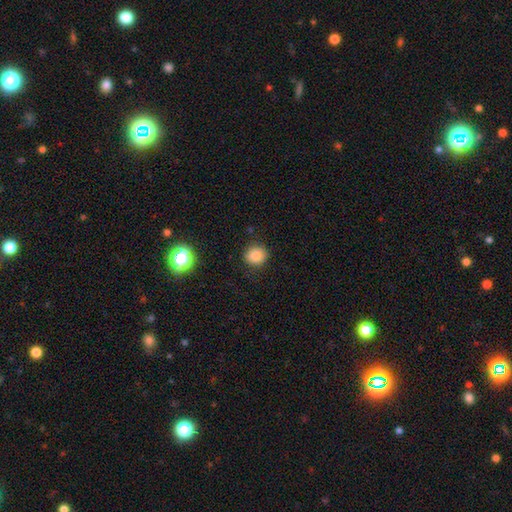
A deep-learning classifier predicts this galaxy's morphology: smooth_or_featured: smooth (p=0.85) [alt: star or artifact p=0.11]
how_rounded: round (p=0.81) [alt: in between p=0.18]
merging: none (p=0.86) [alt: minor disturbance p=0.10]